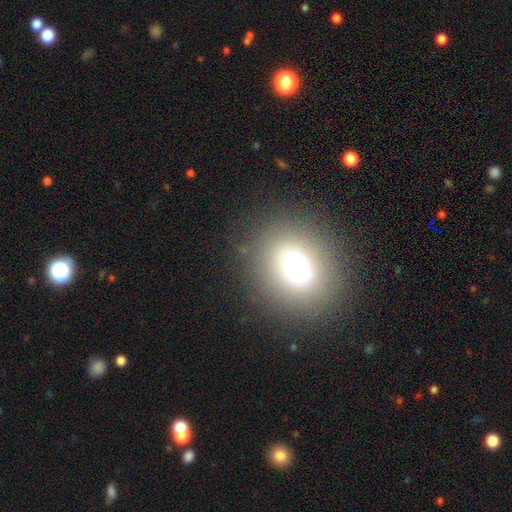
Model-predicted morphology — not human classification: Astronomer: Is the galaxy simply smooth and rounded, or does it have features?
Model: smooth — 62%.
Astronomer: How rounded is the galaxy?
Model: round — 53% (runner-up: in between, 45%).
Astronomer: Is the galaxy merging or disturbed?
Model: none — 87%.